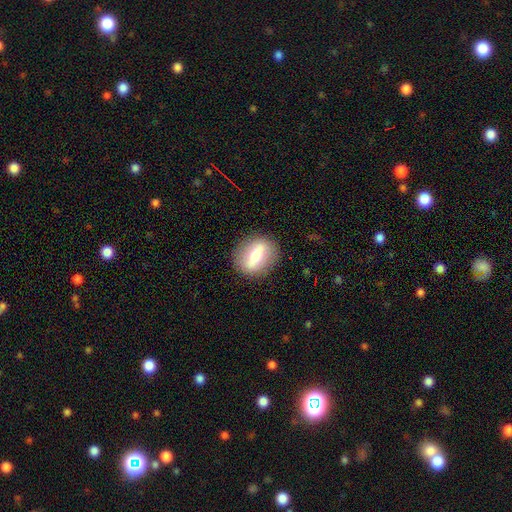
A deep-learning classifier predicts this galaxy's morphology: type=smooth (51%); roundness=round (48%); merging=none (86%).